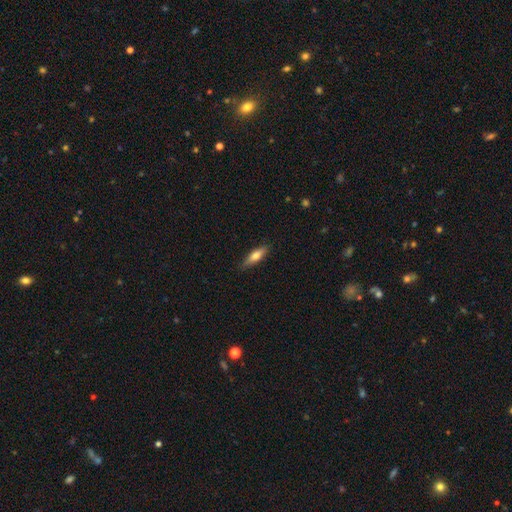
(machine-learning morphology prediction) A smooth galaxy with no disk features (66%) that is cigar-shaped (58%).

Vote fractions:
- Smooth or featured? smooth: 66% / featured or disk: 28% / star or artifact: 6%
- How rounded? cigar-shaped: 58% / in between: 40% / round: 2%
- Merging? none: 86% / minor disturbance: 11% / major disturbance: 2% / merger: 1%